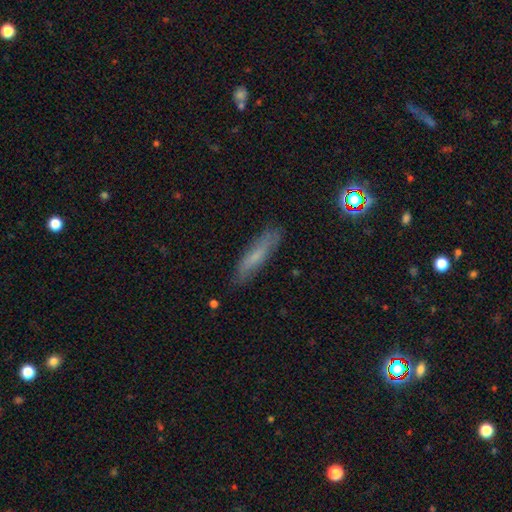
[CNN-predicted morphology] smooth-or-featured: smooth: 57% | featured or disk: 32% | star or artifact: 11%
  how-rounded: cigar-shaped: 79% | in between: 19% | round: 2%
  merging: none: 82% | minor disturbance: 14% | major disturbance: 3% | merger: 1%